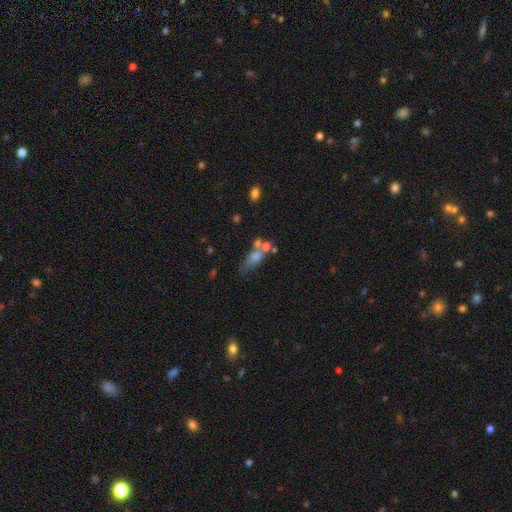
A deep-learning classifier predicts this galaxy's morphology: This appears to be a smooth galaxy with no disk features (59%) that is in between round and cigar-shaped (60%). Merging: none (35%).